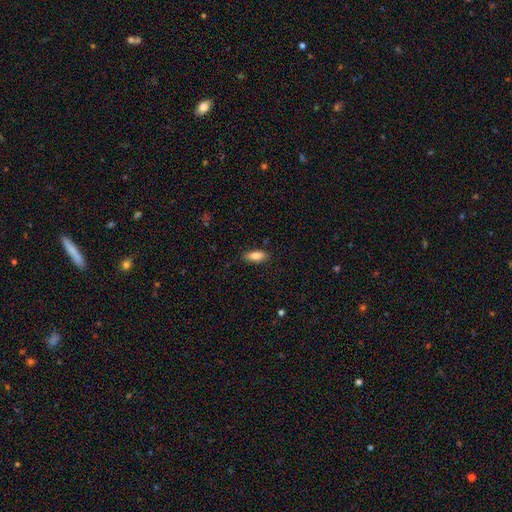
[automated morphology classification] This appears to be a smooth galaxy with no disk features (82%) that is in between round and cigar-shaped (79%). Merging: none (84%).